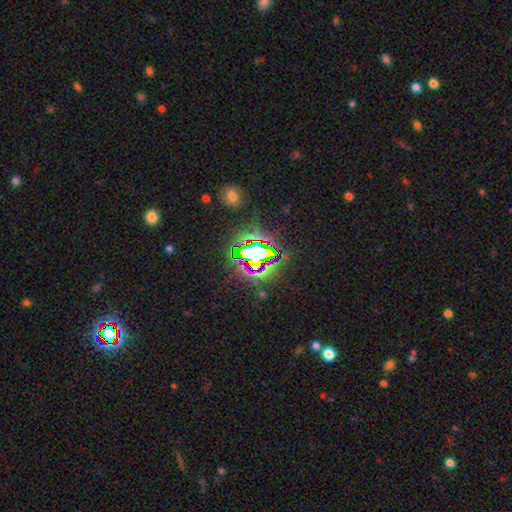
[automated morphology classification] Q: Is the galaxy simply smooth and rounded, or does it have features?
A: star or artifact — 77%.